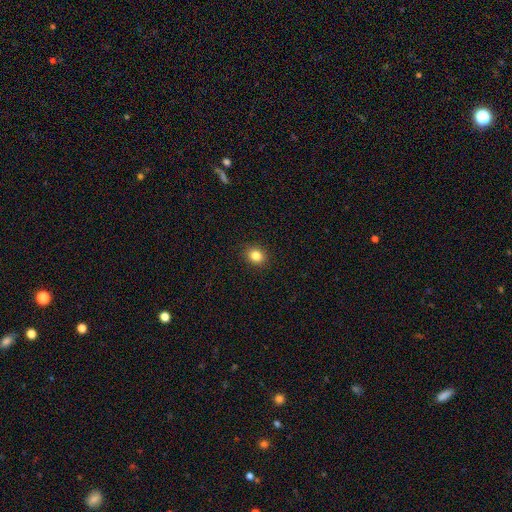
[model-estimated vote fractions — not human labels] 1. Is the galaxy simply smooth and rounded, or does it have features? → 83% smooth, 12% star or artifact, 5% featured or disk.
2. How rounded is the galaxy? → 70% round, 29% in between, 1% cigar-shaped.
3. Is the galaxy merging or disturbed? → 91% none, 6% minor disturbance, 2% major disturbance, 1% merger.